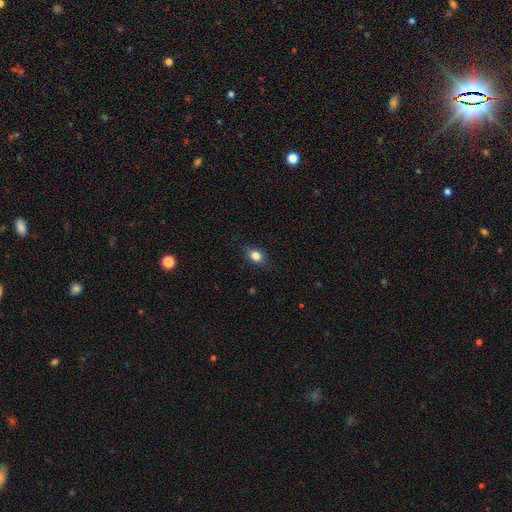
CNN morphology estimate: Smooth or featured? Predicted: smooth (p=0.83). How rounded? Predicted: in between (p=0.67). Merging? Predicted: none (p=0.84).